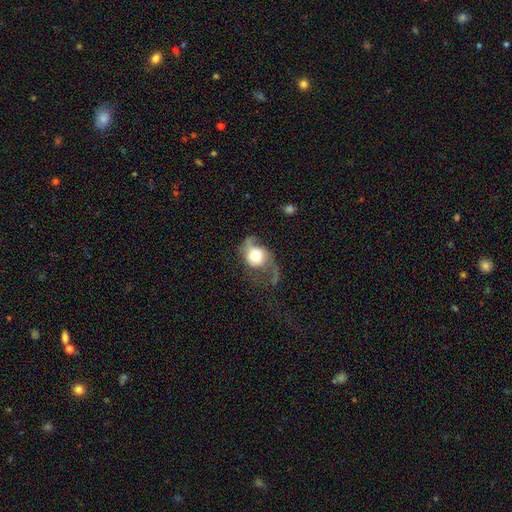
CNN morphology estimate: A featured or disk galaxy (49%). Merging: major disturbance (46%).